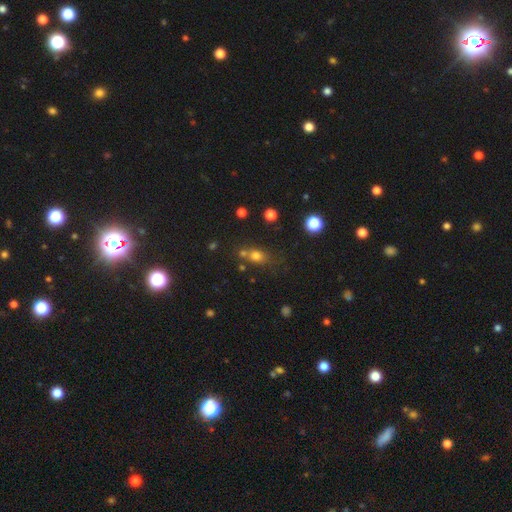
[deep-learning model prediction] This is likely a smooth galaxy (70%). How rounded: possibly round (51%). Merging: possibly none (54%).